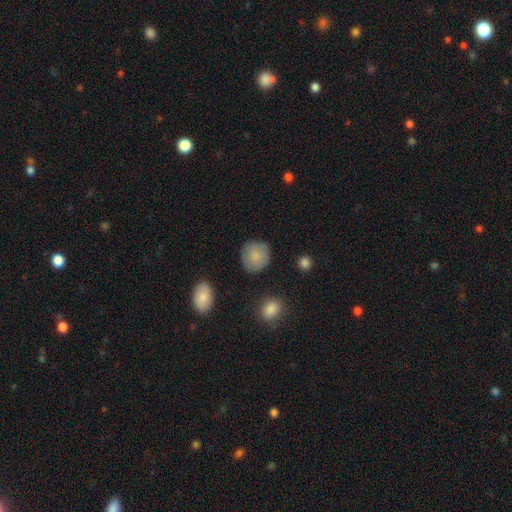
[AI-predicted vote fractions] Smooth or featured? smooth (82%)
How rounded? round (87%)
Merging? none (79%)